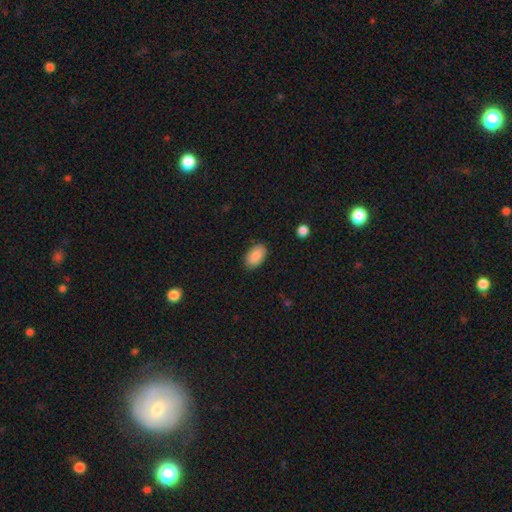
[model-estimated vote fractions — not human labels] This appears to be a smooth galaxy with no disk features (89%) that is in between round and cigar-shaped (94%). Merging: none (87%).